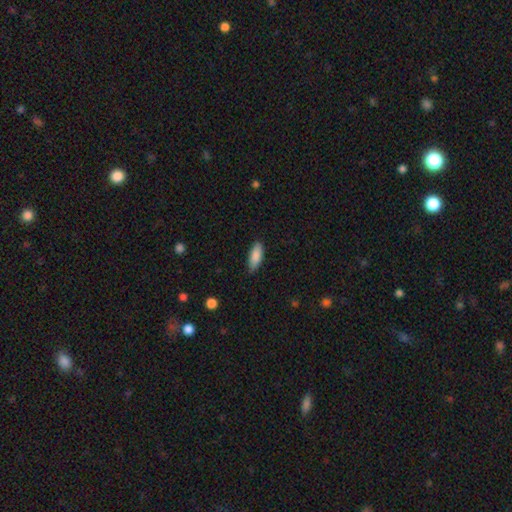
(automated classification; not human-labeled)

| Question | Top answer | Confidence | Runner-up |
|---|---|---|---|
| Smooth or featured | smooth | 87% | featured or disk (7%) |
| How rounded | in between | 72% | cigar-shaped (26%) |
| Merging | none | 81% | minor disturbance (15%) |